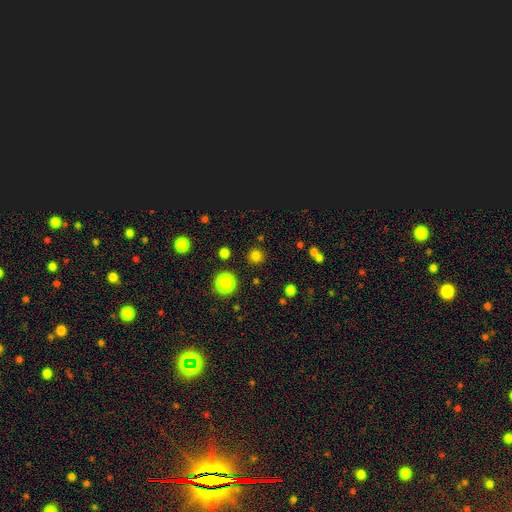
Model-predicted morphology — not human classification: The model was most divided on "smooth or featured": smooth: 75%, star or artifact: 21%, featured or disk: 4%. More confident: how rounded — round (94%); merging — none (89%).